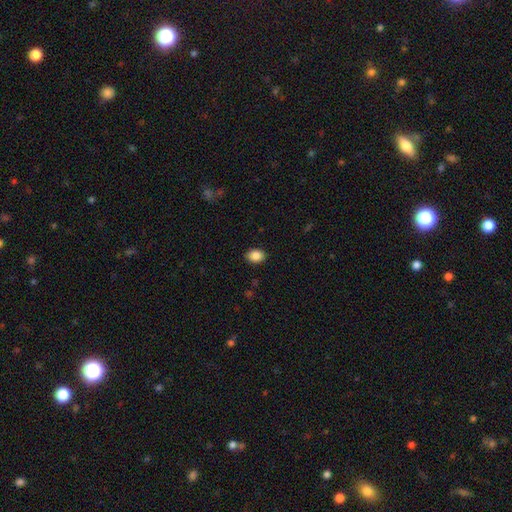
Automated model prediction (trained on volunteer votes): Morphology: type=smooth (88%); roundness=in between (69%); merging=none (88%).